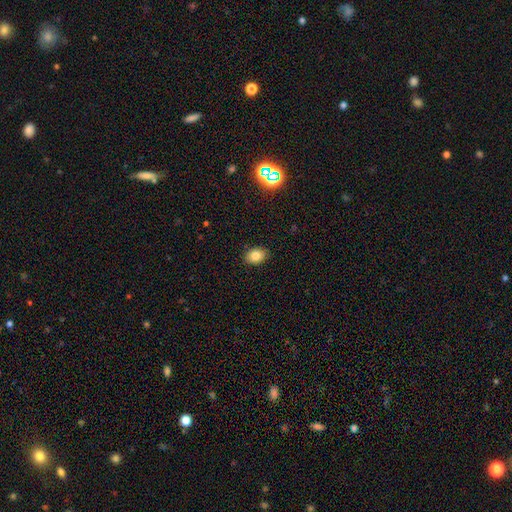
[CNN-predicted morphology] Smooth or featured: smooth — 81% (star or artifact — 10%)
How rounded: in between — 75% (round — 24%)
Merging: none — 88% (minor disturbance — 9%)